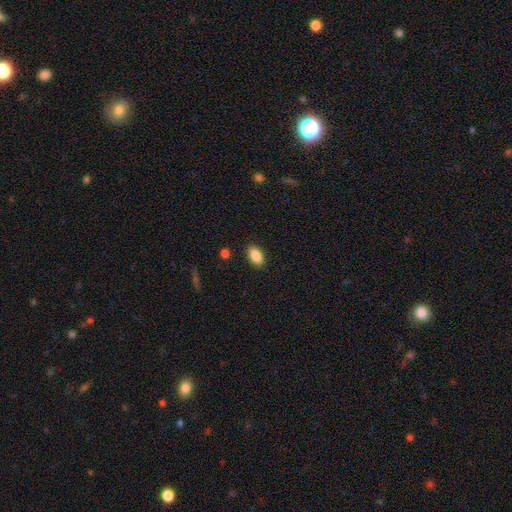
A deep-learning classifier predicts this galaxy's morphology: Smooth or featured?
  - smooth: 88% *
  - star or artifact: 8%
  - featured or disk: 4%
How rounded?
  - in between: 92% *
  - round: 6%
  - cigar-shaped: 3%
Merging?
  - none: 88% *
  - minor disturbance: 9%
  - major disturbance: 2%
  - merger: 1%